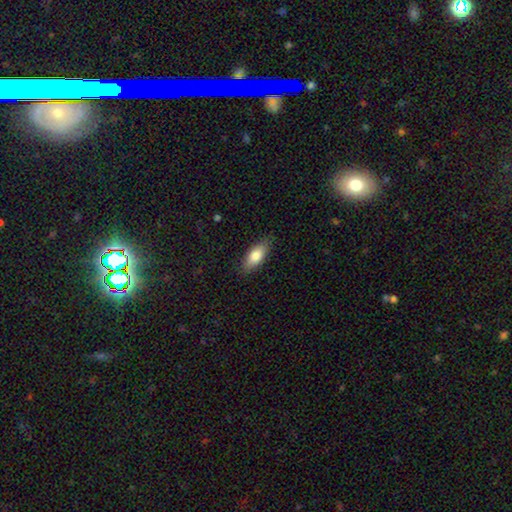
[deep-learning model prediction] A smooth galaxy with no disk features (79%) that is in between round and cigar-shaped (80%).

Vote fractions:
- Smooth or featured? smooth: 79% / featured or disk: 15% / star or artifact: 6%
- How rounded? in between: 80% / cigar-shaped: 17% / round: 3%
- Merging? none: 85% / minor disturbance: 12% / major disturbance: 2% / merger: 1%